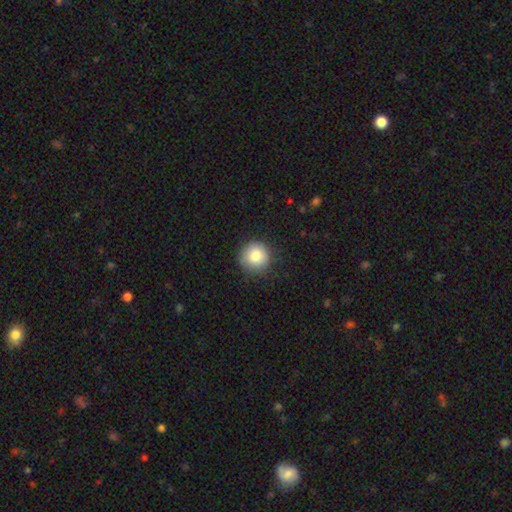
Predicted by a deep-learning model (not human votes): Q: Smooth or featured?
A: smooth (84%); runner-up: star or artifact (9%)
Q: How rounded?
A: round (94%); runner-up: in between (5%)
Q: Merging?
A: none (84%); runner-up: minor disturbance (12%)